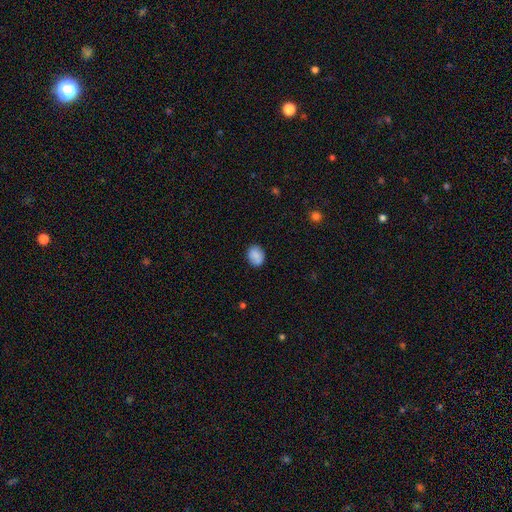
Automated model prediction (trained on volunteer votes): A smooth galaxy with no disk features (83%) that is in between round and cigar-shaped (52%).

Vote fractions:
- Smooth or featured? smooth: 83% / featured or disk: 9% / star or artifact: 8%
- How rounded? in between: 52% / round: 46% / cigar-shaped: 1%
- Merging? none: 79% / minor disturbance: 15% / major disturbance: 3% / merger: 2%